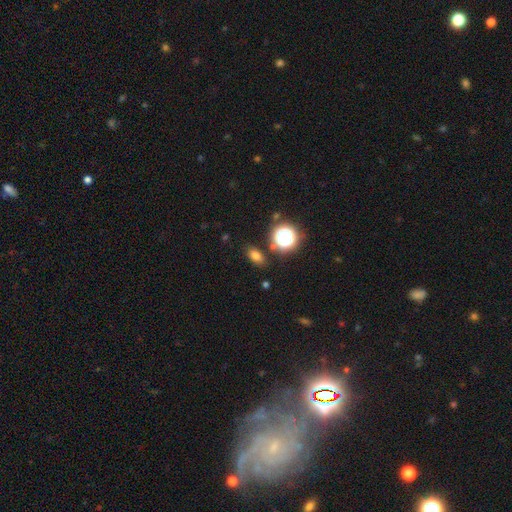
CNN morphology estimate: type=smooth (72%); roundness=in between (77%); merging=none (83%).